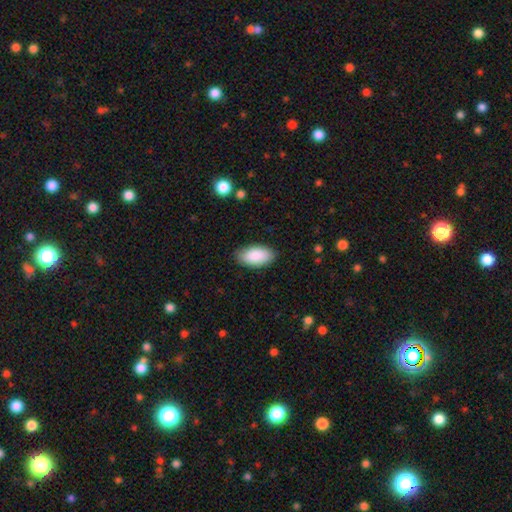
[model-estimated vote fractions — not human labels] This is clearly a smooth galaxy (89%). How rounded: clearly in between (95%). Merging: clearly none (85%).